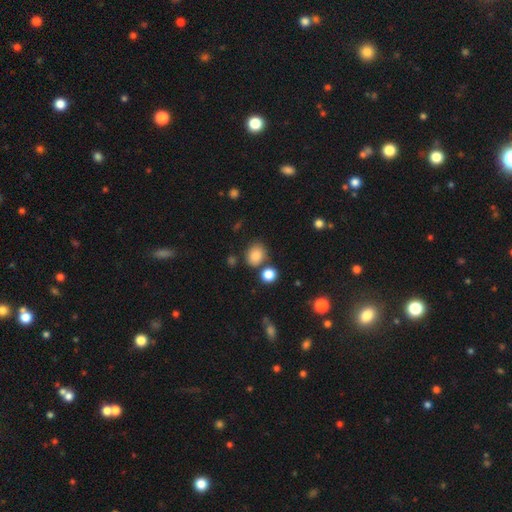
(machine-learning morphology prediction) Q: Smooth or featured?
A: smooth (83%); runner-up: star or artifact (11%)
Q: How rounded?
A: round (56%); runner-up: in between (43%)
Q: Merging?
A: none (71%); runner-up: minor disturbance (13%)